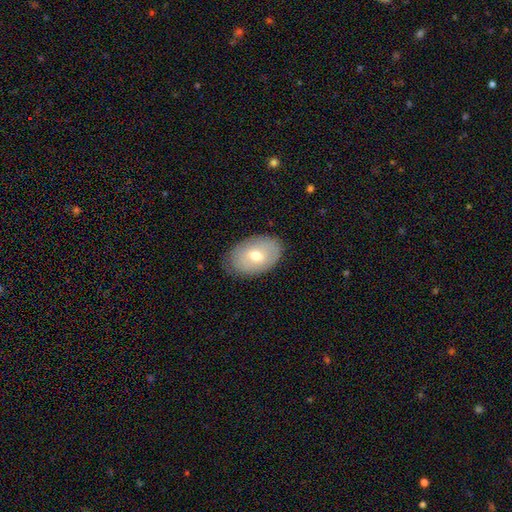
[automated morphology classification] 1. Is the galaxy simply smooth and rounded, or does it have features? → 64% smooth, 29% featured or disk, 7% star or artifact.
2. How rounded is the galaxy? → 87% in between, 12% round, 1% cigar-shaped.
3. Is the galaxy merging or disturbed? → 81% none, 15% minor disturbance, 3% major disturbance, 1% merger.